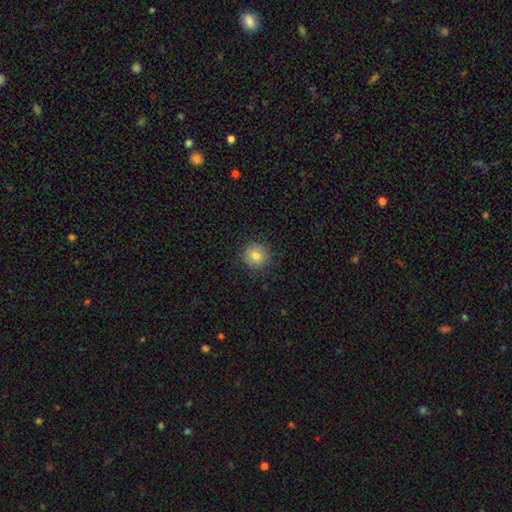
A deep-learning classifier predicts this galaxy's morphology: Smooth or featured?
  - smooth: 81% *
  - star or artifact: 10%
  - featured or disk: 8%
How rounded?
  - round: 93% *
  - in between: 6%
  - cigar-shaped: 1%
Merging?
  - none: 88% *
  - minor disturbance: 8%
  - major disturbance: 2%
  - merger: 1%